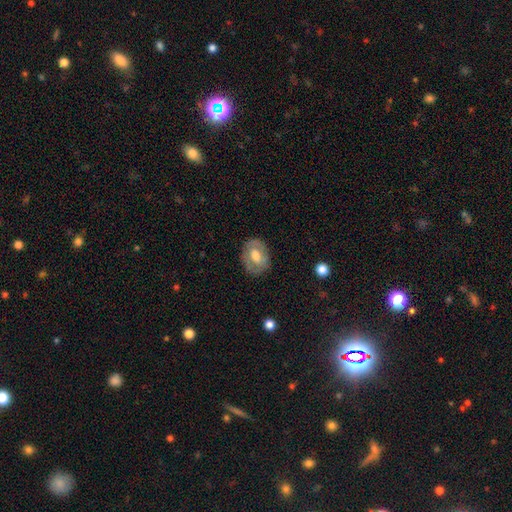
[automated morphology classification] This appears to be a smooth galaxy with no disk features (48%). Merging: none (78%).